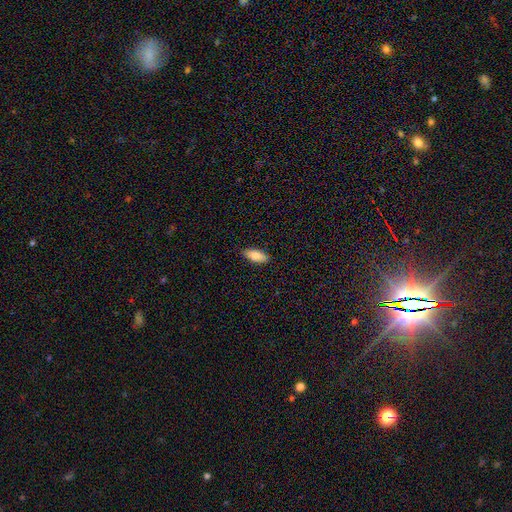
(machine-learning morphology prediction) smooth-or-featured: smooth: 85% | featured or disk: 9% | star or artifact: 6%
  how-rounded: in between: 84% | cigar-shaped: 14% | round: 2%
  merging: none: 87% | minor disturbance: 10% | major disturbance: 2% | merger: 1%